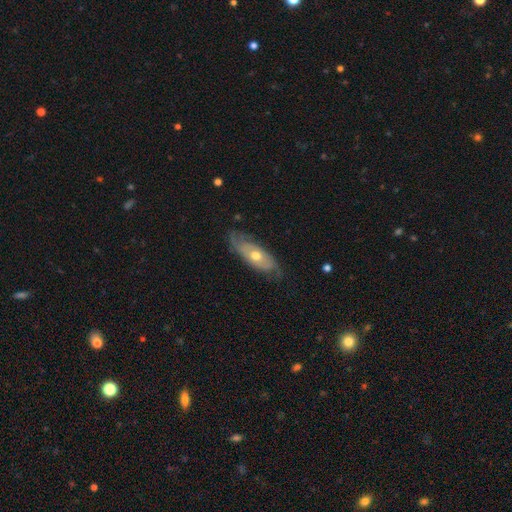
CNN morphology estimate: Smooth or featured?
  - featured or disk: 60% *
  - smooth: 34%
  - star or artifact: 6%
Edge-on disk?
  - no: 73% *
  - yes: 27%
Merging?
  - none: 69% *
  - minor disturbance: 23%
  - major disturbance: 7%
  - merger: 1%